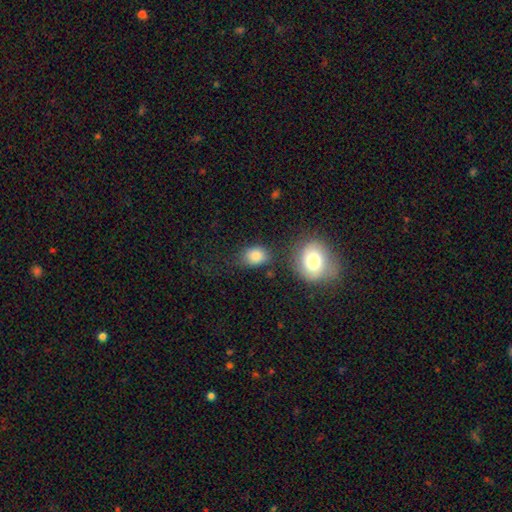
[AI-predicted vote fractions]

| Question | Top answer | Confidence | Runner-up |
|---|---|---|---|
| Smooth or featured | smooth | 85% | star or artifact (9%) |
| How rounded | in between | 59% | round (39%) |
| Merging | none | 62% | minor disturbance (21%) |